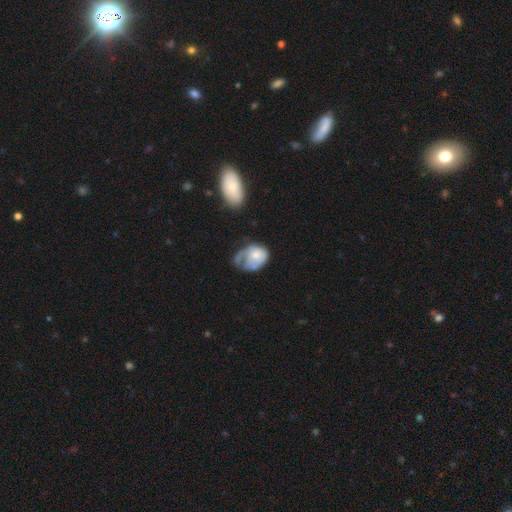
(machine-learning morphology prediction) Smooth or featured? Predicted: featured or disk (p=0.47). Merging? Predicted: major disturbance (p=0.46).